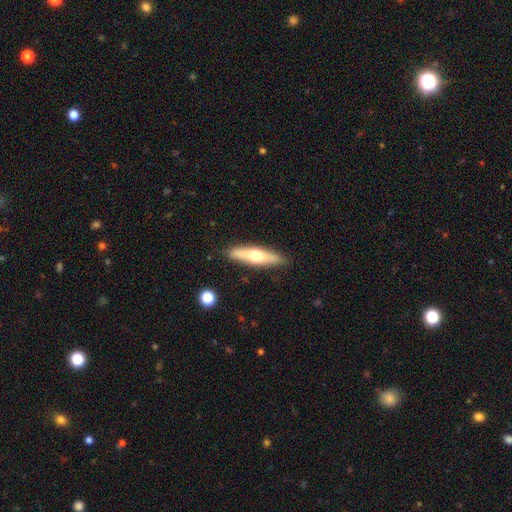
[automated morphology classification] The model was most divided on "smooth or featured": smooth: 48%, featured or disk: 47%, star or artifact: 6%. More confident: merging — none (87%).